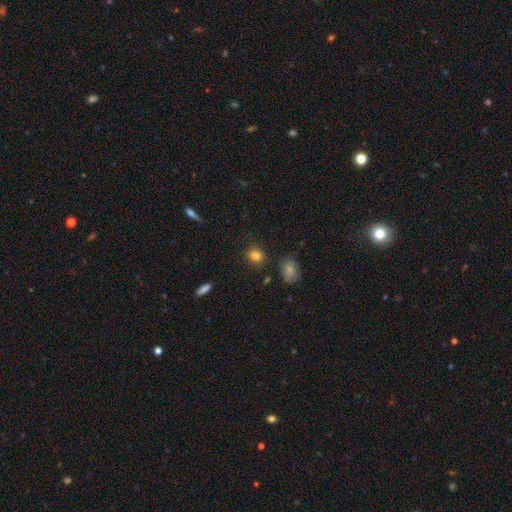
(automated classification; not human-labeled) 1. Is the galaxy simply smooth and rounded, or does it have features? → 83% smooth, 11% star or artifact, 6% featured or disk.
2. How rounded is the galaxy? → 54% round, 45% in between, 1% cigar-shaped.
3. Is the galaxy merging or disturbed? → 80% none, 13% minor disturbance, 4% major disturbance, 3% merger.